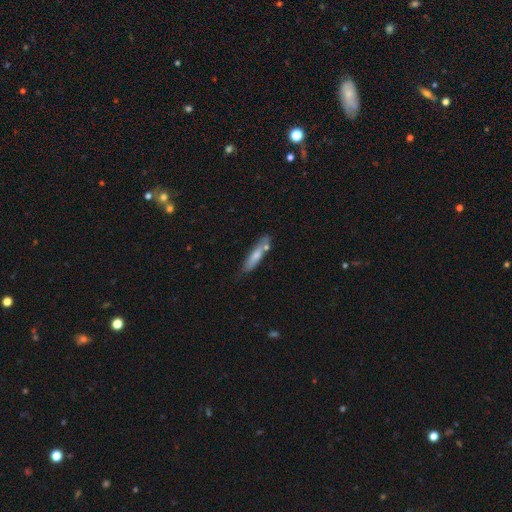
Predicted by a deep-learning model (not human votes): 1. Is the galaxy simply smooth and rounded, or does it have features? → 69% smooth, 25% featured or disk, 6% star or artifact.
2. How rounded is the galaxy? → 77% cigar-shaped, 21% in between, 2% round.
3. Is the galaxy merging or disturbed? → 60% none, 21% minor disturbance, 14% merger, 5% major disturbance.